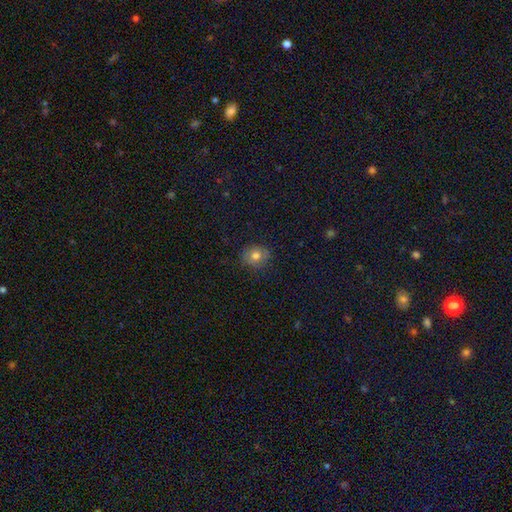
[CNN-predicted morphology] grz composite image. It shows a smooth galaxy with no disk features (75%) that is round (71%). Merging: none (82%).